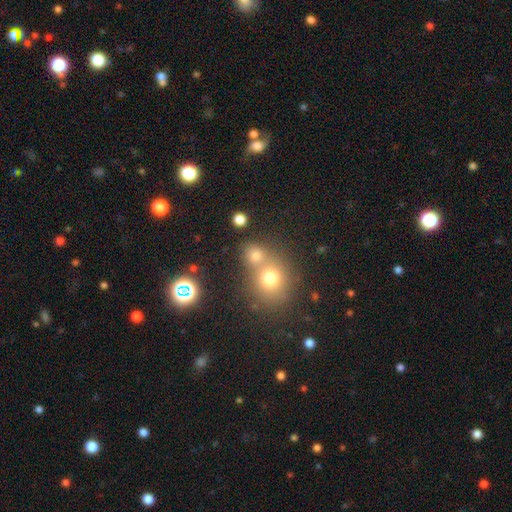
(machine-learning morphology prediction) smooth_or_featured: smooth (p=0.73) [alt: star or artifact p=0.17]
how_rounded: round (p=0.79) [alt: in between p=0.20]
merging: none (p=0.48) [alt: merger p=0.41]